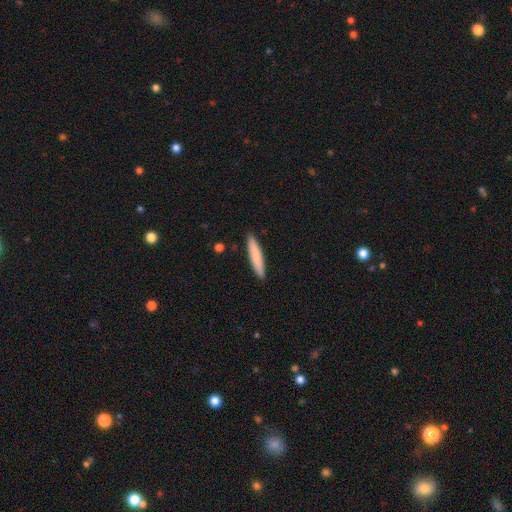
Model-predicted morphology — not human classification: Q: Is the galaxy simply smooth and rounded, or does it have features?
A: smooth — 81%.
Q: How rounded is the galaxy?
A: cigar-shaped — 91%.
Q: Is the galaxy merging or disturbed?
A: none — 90%.